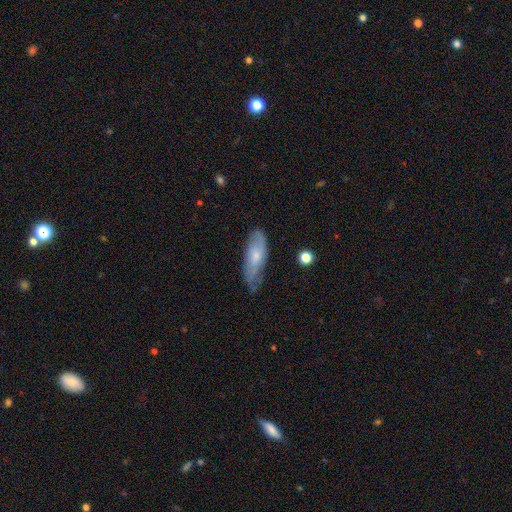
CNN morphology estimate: smooth_or_featured: smooth (p=0.52) [alt: featured or disk p=0.41]
how_rounded: in between (p=0.63) [alt: cigar-shaped p=0.35]
merging: none (p=0.58) [alt: minor disturbance p=0.32]